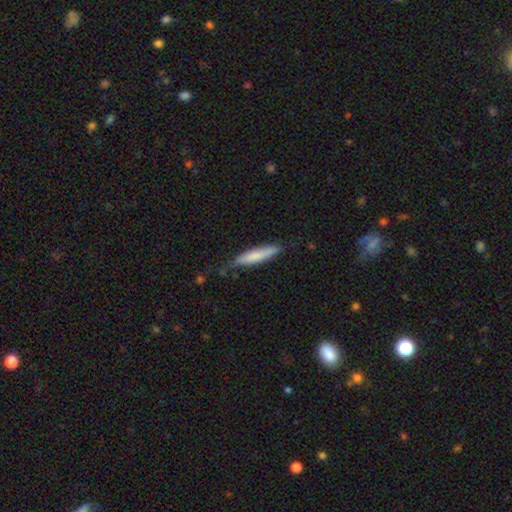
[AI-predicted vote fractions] Overall: smooth (74%). How rounded: cigar-shaped (86%). Merging: none (70%).